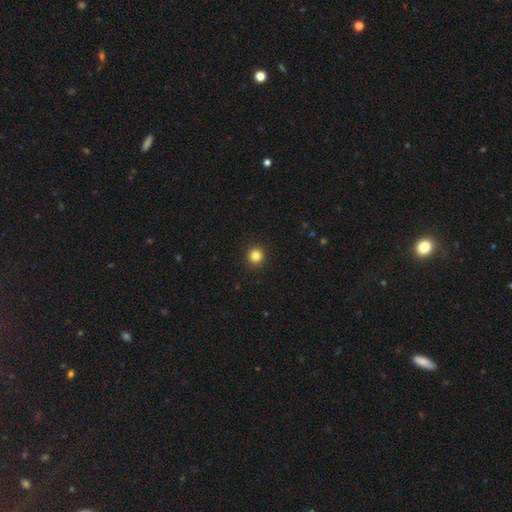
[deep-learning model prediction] Morphology: type=smooth (84%); roundness=round (94%); merging=none (93%).